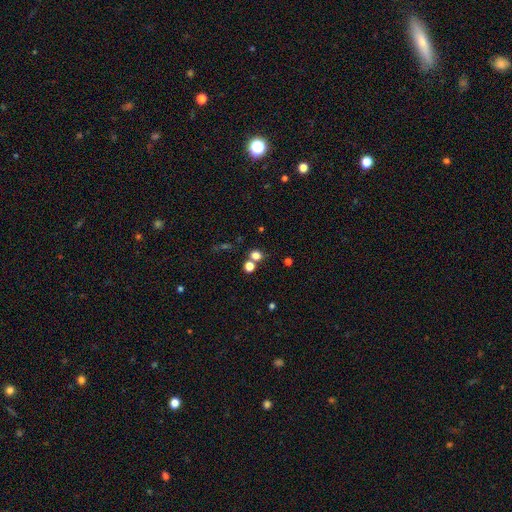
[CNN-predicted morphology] Smooth or featured?
  - smooth: 73% *
  - star or artifact: 20%
  - featured or disk: 7%
How rounded?
  - round: 73% *
  - in between: 26%
  - cigar-shaped: 1%
Merging?
  - none: 64% *
  - merger: 23%
  - minor disturbance: 9%
  - major disturbance: 4%